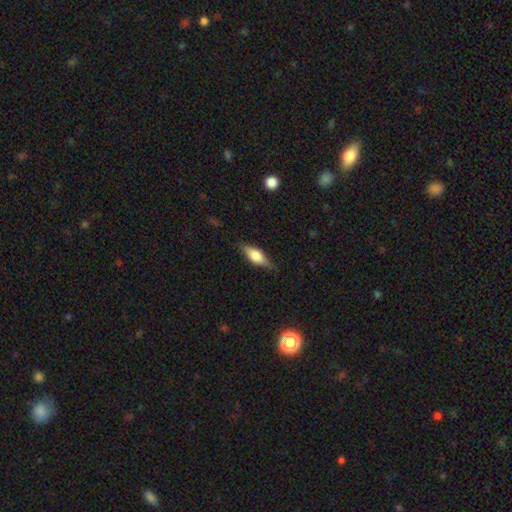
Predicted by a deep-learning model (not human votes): Q: Smooth or featured?
A: smooth (55%); runner-up: featured or disk (38%)
Q: How rounded?
A: in between (68%); runner-up: cigar-shaped (28%)
Q: Merging?
A: none (79%); runner-up: minor disturbance (16%)